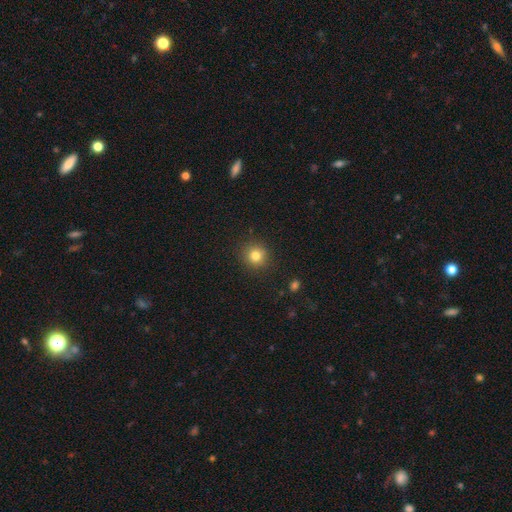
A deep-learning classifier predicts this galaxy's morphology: smooth_or_featured: smooth (p=0.81) [alt: star or artifact p=0.12]
how_rounded: round (p=0.92) [alt: in between p=0.07]
merging: none (p=0.90) [alt: minor disturbance p=0.07]